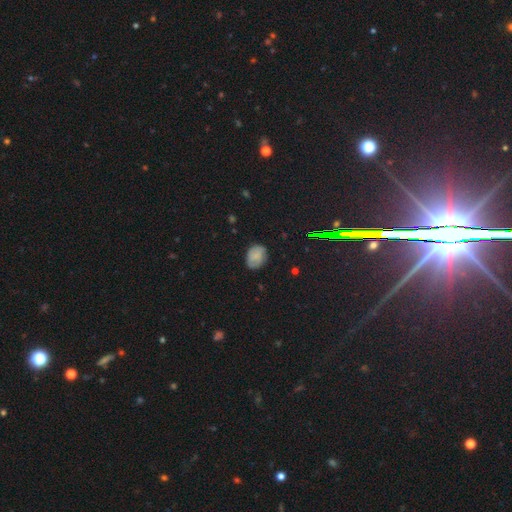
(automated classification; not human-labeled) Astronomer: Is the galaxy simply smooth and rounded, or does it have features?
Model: smooth — 70%.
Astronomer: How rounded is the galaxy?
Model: in between — 67%.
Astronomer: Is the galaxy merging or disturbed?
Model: none — 76%.